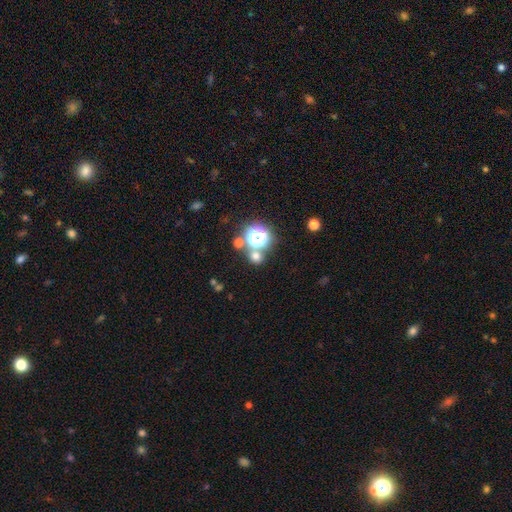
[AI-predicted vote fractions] A smooth galaxy with no disk features (61%) that is round (86%).

Vote fractions:
- Smooth or featured? smooth: 61% / star or artifact: 31% / featured or disk: 7%
- How rounded? round: 86% / in between: 13% / cigar-shaped: 1%
- Merging? none: 70% / merger: 19% / minor disturbance: 7% / major disturbance: 4%